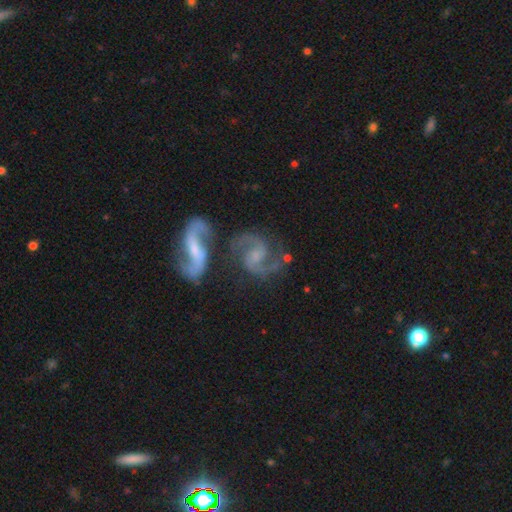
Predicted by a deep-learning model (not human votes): featured or disk 89%, smooth 6%, star or artifact 5%. Down the decision tree: edge-on disk — no (97%); bar — weak (47%); spiral arms — yes (97%); spiral arm count — 2 (92%); spiral winding — medium (61%); bulge size — small (46%); merging — none (53%).